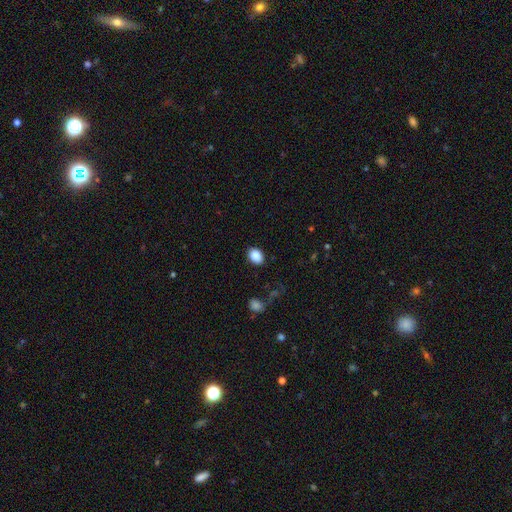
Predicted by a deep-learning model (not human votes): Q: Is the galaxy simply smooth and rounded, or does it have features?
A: smooth — 89%.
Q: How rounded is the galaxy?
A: in between — 74%.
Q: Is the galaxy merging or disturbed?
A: none — 87%.